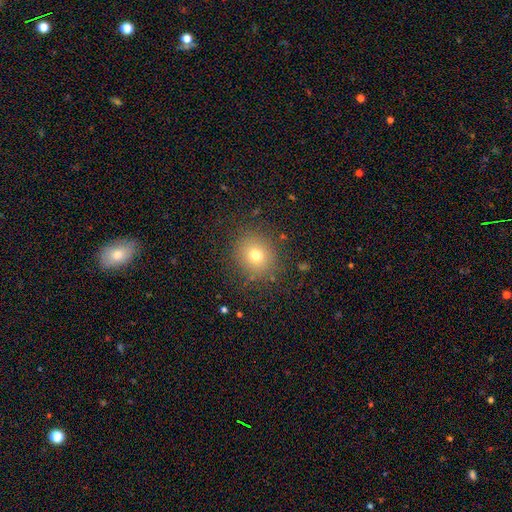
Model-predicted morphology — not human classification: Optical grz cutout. It shows a smooth galaxy with no disk features (72%) that is round (83%). Merging: none (85%).